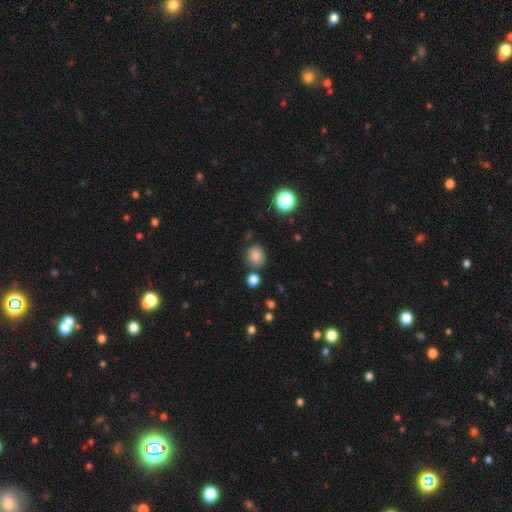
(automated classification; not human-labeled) Smooth or featured: smooth — 82% (star or artifact — 12%)
How rounded: round — 79% (in between — 20%)
Merging: none — 78% (minor disturbance — 12%)